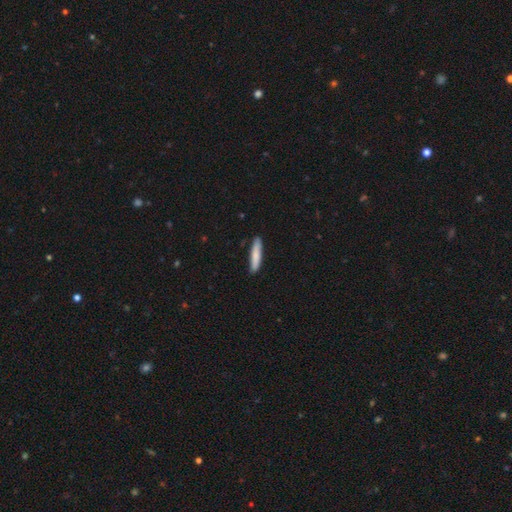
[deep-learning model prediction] This is likely a smooth galaxy (80%). How rounded: clearly cigar-shaped (89%). Merging: clearly none (88%).